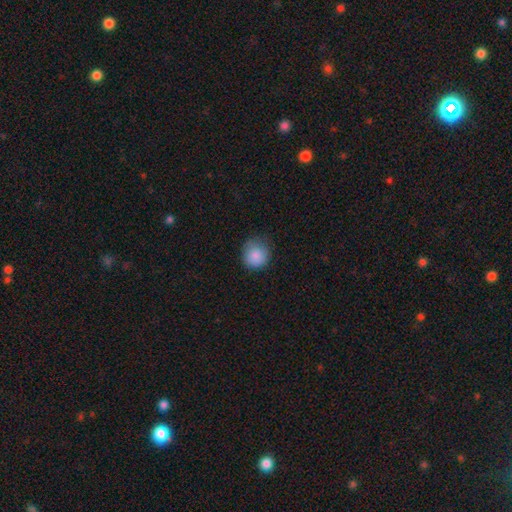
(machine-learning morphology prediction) type=smooth (85%); roundness=round (90%); merging=none (72%).